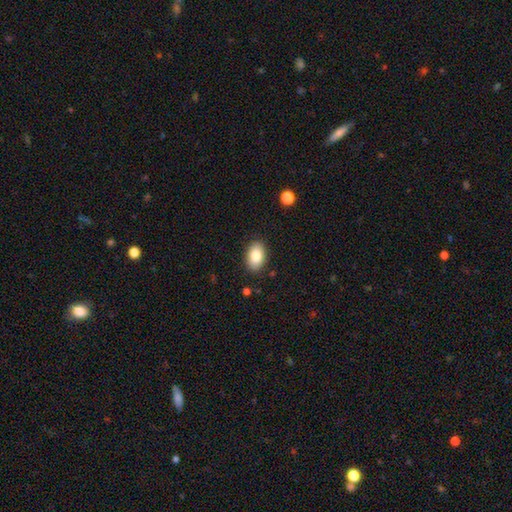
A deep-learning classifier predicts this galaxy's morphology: This appears to be a smooth galaxy with no disk features (83%) that is in between round and cigar-shaped (90%). Merging: none (88%).